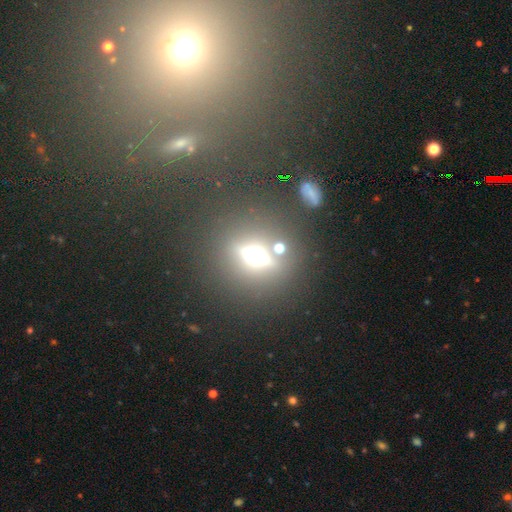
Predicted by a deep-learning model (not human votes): Smooth or featured?
  - featured or disk: 47% *
  - smooth: 28%
  - star or artifact: 25%
Merging?
  - none: 78% *
  - minor disturbance: 9%
  - merger: 7%
  - major disturbance: 6%